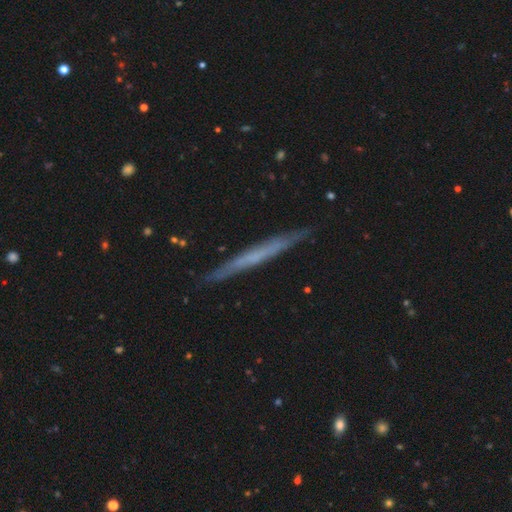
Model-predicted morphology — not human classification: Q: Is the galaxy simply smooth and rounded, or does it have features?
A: featured or disk — 55%.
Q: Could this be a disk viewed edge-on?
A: yes — 96%.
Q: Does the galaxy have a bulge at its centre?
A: none — 88%.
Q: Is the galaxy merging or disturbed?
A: none — 88%.